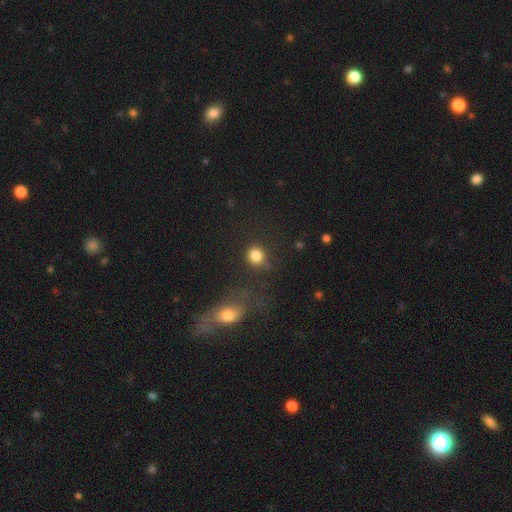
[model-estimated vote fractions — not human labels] smooth 84%, star or artifact 11%, featured or disk 5%. Down the decision tree: how rounded — round (78%); merging — none (73%).